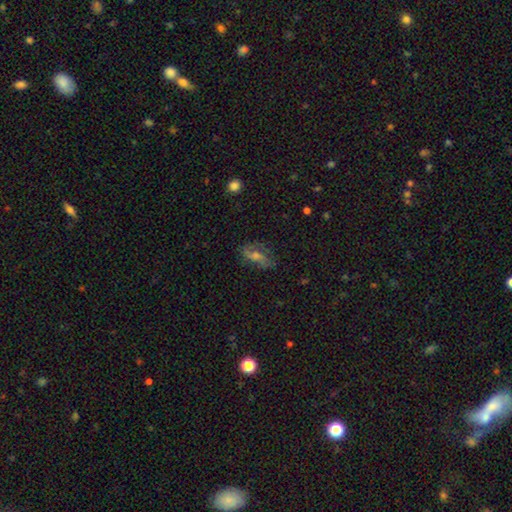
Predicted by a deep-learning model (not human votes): The model was most divided on "smooth or featured": featured or disk: 56%, smooth: 30%, star or artifact: 14%. More confident: edge-on disk — no (88%); merging — none (70%).